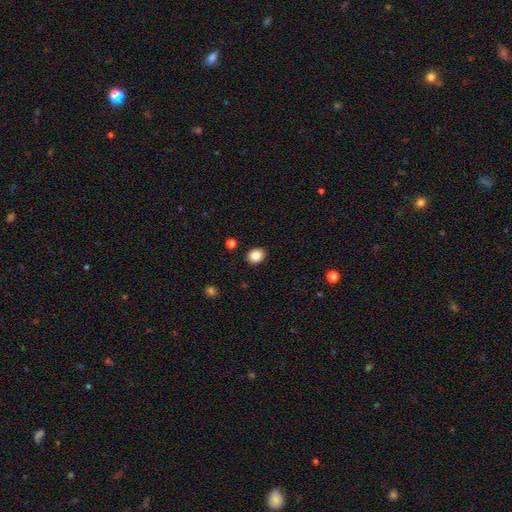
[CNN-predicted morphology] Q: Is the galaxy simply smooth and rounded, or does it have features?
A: smooth — 86%.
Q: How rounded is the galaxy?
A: round — 55%.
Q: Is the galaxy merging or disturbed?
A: none — 90%.